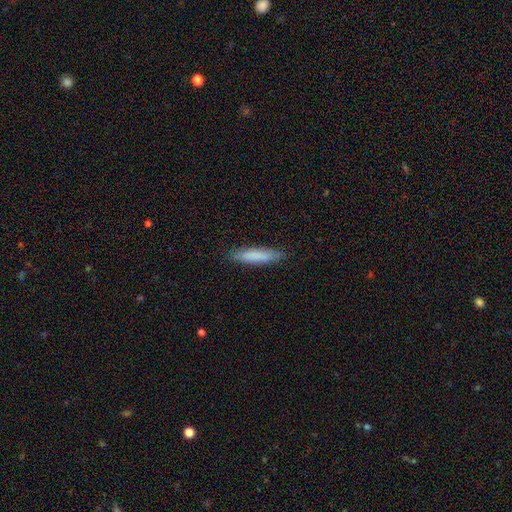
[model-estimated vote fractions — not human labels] Smooth or featured? Predicted: smooth (p=0.82). How rounded? Predicted: cigar-shaped (p=0.83). Merging? Predicted: none (p=0.86).